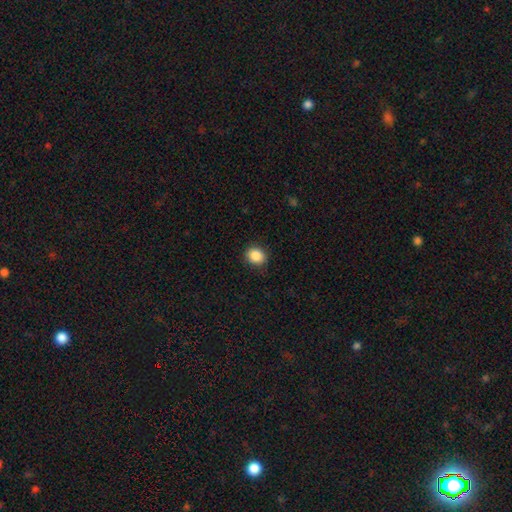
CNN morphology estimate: Smooth or featured: smooth — 87% (star or artifact — 9%)
How rounded: round — 67% (in between — 32%)
Merging: none — 87% (minor disturbance — 9%)